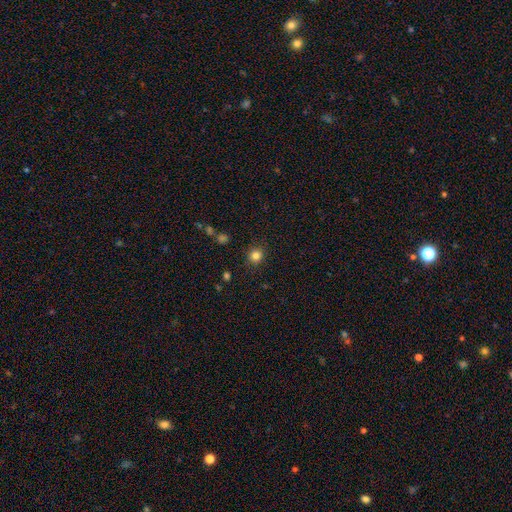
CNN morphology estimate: Overall: smooth (81%). How rounded: round (88%). Merging: none (89%).